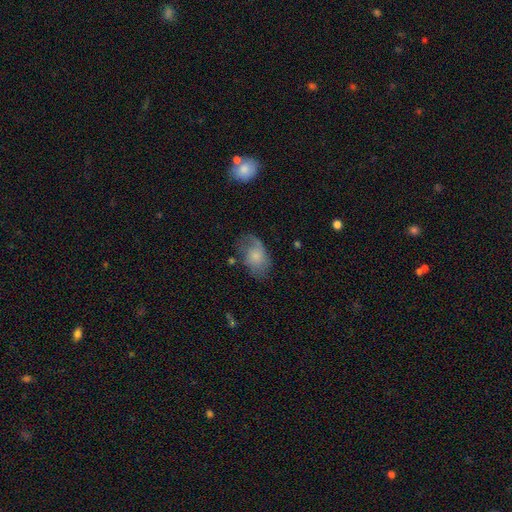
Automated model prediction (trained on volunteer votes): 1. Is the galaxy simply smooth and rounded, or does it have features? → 51% smooth, 41% featured or disk, 8% star or artifact.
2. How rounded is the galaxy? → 84% in between, 15% round, 2% cigar-shaped.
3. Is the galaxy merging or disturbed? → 50% none, 28% minor disturbance, 19% major disturbance, 3% merger.